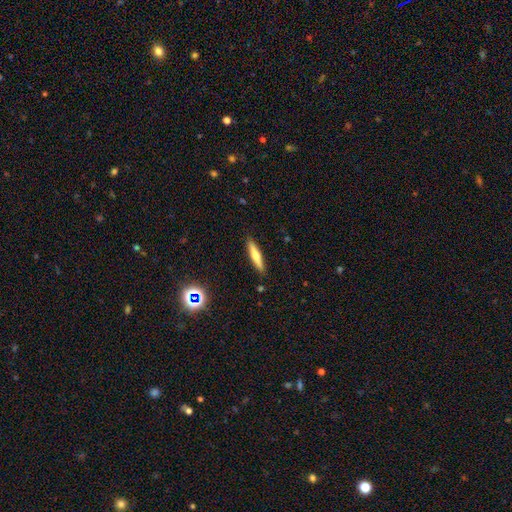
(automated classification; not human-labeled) Q: Smooth or featured?
A: smooth (53%); runner-up: featured or disk (40%)
Q: How rounded?
A: cigar-shaped (86%); runner-up: in between (12%)
Q: Merging?
A: none (89%); runner-up: minor disturbance (8%)